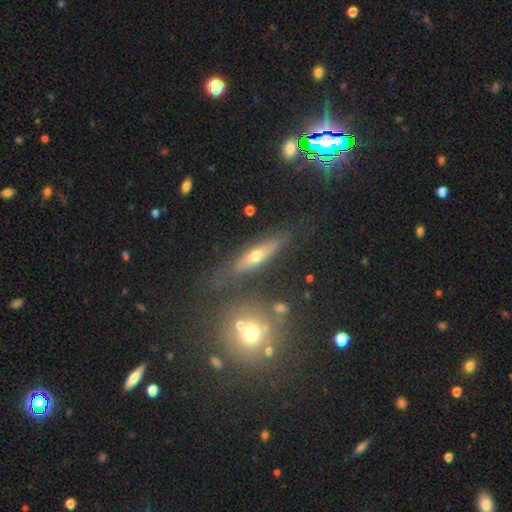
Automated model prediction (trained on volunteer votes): Smooth or featured: featured or disk — 44% (smooth — 35%)
Merging: none — 78% (minor disturbance — 12%)